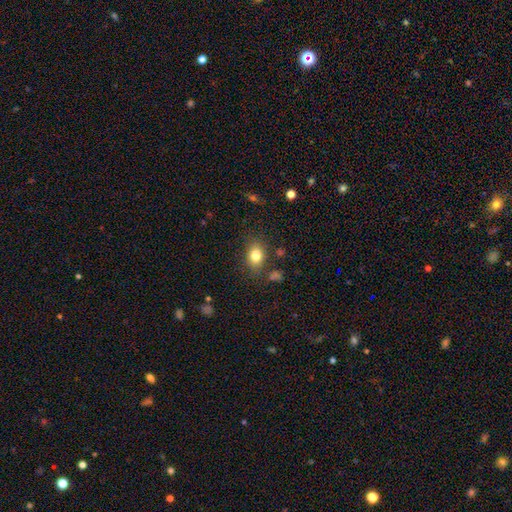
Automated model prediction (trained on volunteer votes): A smooth galaxy with no disk features (81%) that is in between round and cigar-shaped (67%). Merging: none (81%).